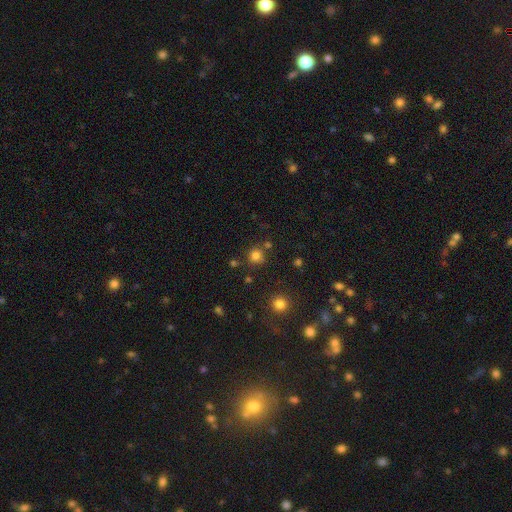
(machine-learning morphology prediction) type=smooth (79%); roundness=round (90%); merging=none (77%).